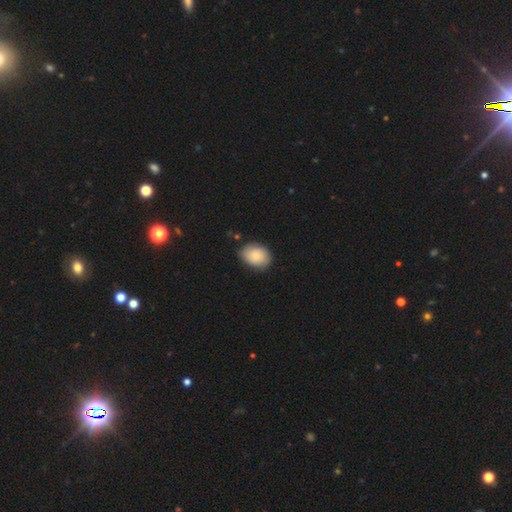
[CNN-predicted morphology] The model was most divided on "how rounded": in between: 69%, round: 30%, cigar-shaped: 1%. More confident: smooth or featured — smooth (83%); merging — none (76%).